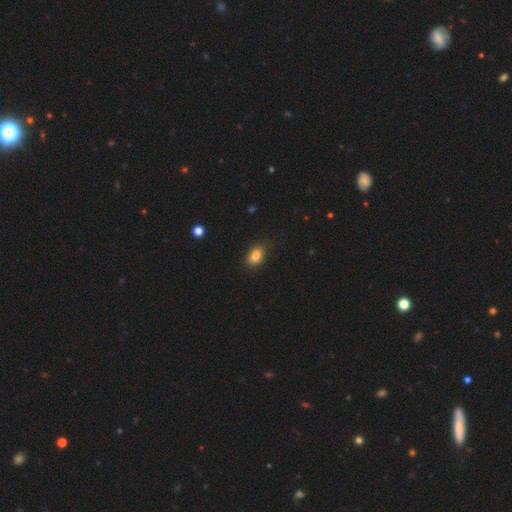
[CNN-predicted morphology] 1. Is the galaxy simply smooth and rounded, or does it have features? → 85% smooth, 9% star or artifact, 6% featured or disk.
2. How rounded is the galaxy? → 84% in between, 15% round, 2% cigar-shaped.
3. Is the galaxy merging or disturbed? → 82% none, 14% minor disturbance, 3% major disturbance, 1% merger.